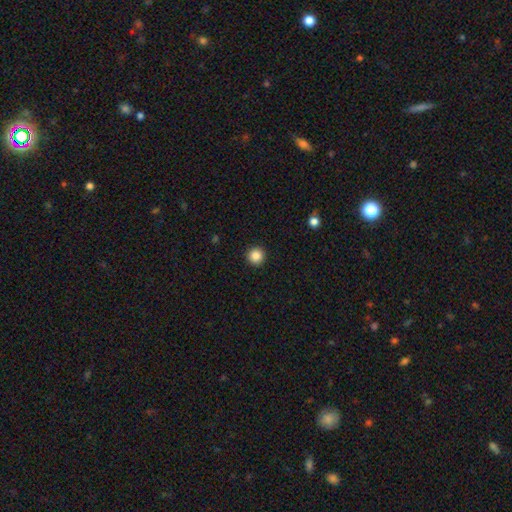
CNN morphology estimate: Q: Smooth or featured?
A: smooth (86%); runner-up: star or artifact (10%)
Q: How rounded?
A: round (96%); runner-up: in between (3%)
Q: Merging?
A: none (93%); runner-up: minor disturbance (4%)